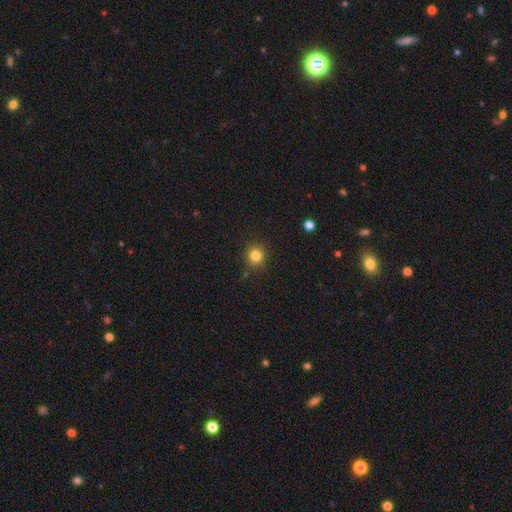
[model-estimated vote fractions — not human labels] Smooth or featured? smooth (82%)
How rounded? round (89%)
Merging? none (87%)